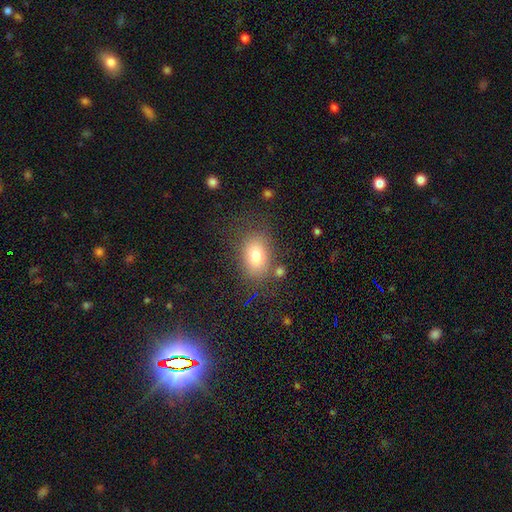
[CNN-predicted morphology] type=smooth (76%); roundness=in between (73%); merging=none (75%).